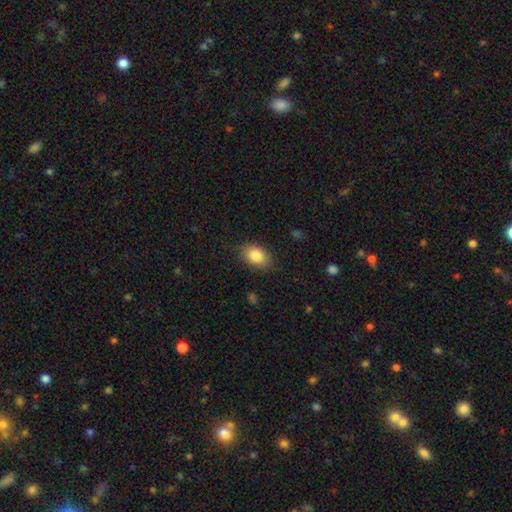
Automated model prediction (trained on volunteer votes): smooth-or-featured: smooth: 84% | featured or disk: 9% | star or artifact: 8%
  how-rounded: in between: 84% | round: 14% | cigar-shaped: 1%
  merging: none: 83% | minor disturbance: 13% | major disturbance: 3% | merger: 1%